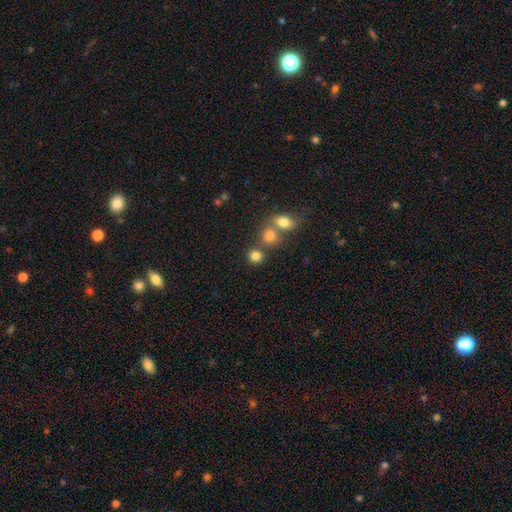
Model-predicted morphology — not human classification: A smooth galaxy with no disk features (80%) that is round (86%). Merging: none (64%).